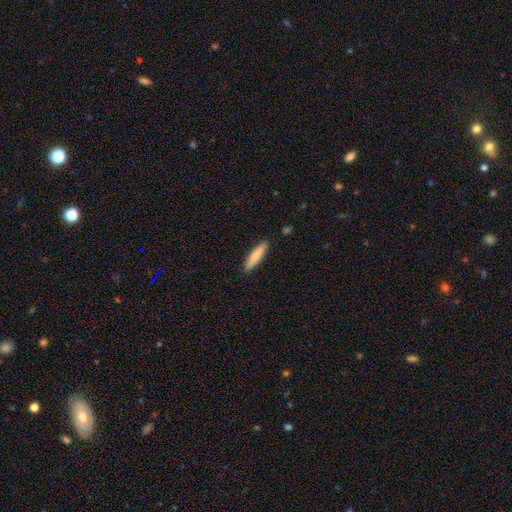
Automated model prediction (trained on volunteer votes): The model was most divided on "how rounded": cigar-shaped: 80%, in between: 18%, round: 1%. More confident: merging — none (90%); smooth or featured — smooth (82%).